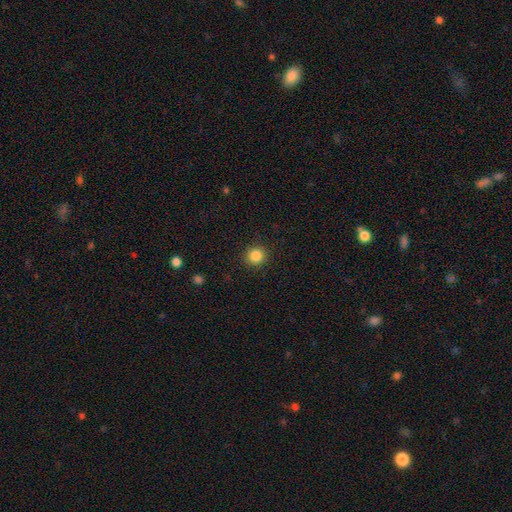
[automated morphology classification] Smooth or featured? smooth (85%)
How rounded? round (92%)
Merging? none (91%)